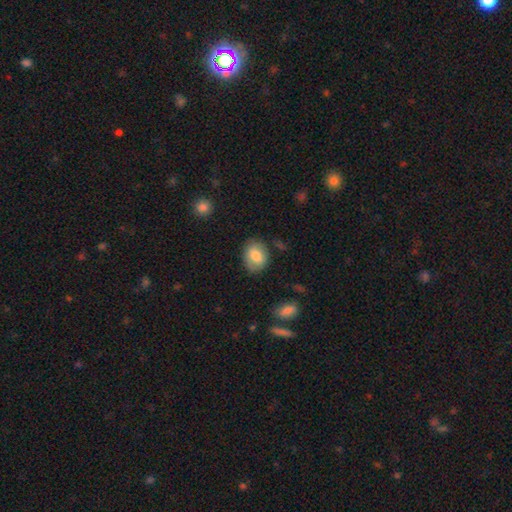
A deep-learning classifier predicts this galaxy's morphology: smooth 77%, featured or disk 16%, star or artifact 7%. Down the decision tree: how rounded — in between (63%); merging — none (77%).